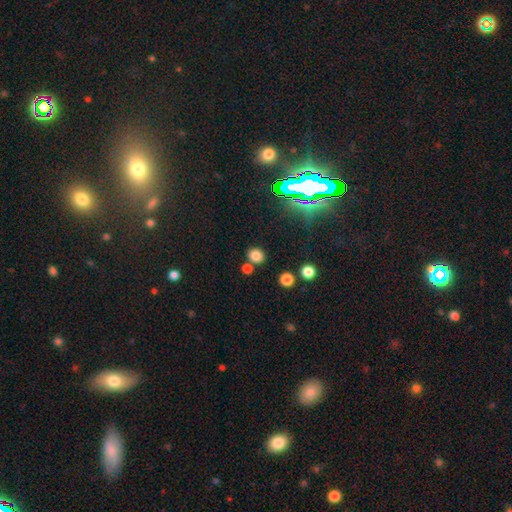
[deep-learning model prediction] Smooth or featured? smooth (77%)
How rounded? round (72%)
Merging? none (73%)